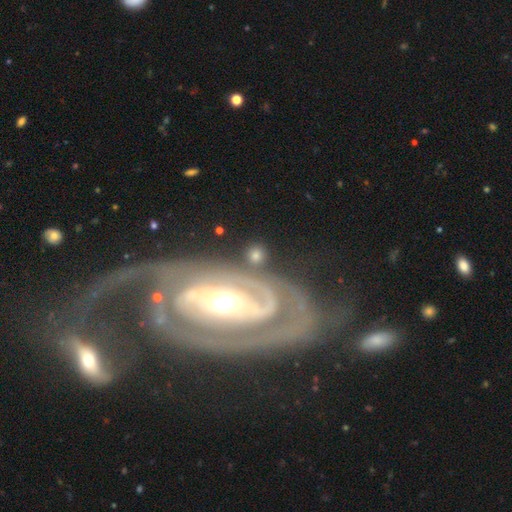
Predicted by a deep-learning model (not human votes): smooth 63%, featured or disk 26%, star or artifact 11%. Down the decision tree: how rounded — round (77%); merging — none (74%).